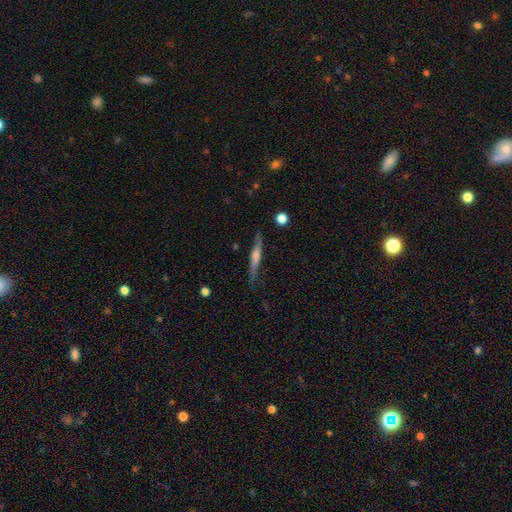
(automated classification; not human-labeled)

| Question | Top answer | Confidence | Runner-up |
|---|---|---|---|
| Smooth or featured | featured or disk | 62% | smooth (31%) |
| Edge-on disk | yes | 95% | no (5%) |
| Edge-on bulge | rounded | 66% | none (20%) |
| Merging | none | 79% | minor disturbance (16%) |